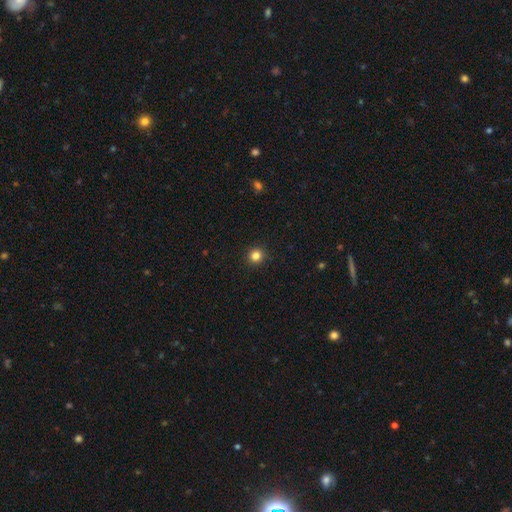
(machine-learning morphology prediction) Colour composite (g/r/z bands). It shows a smooth galaxy with no disk features (83%) that is round (94%). Merging: none (93%).